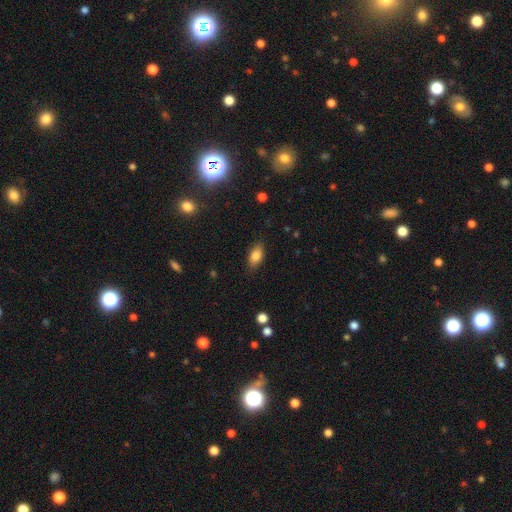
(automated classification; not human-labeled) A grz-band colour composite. It shows a smooth galaxy with no disk features (83%) that is in between round and cigar-shaped (88%). Merging: none (83%).